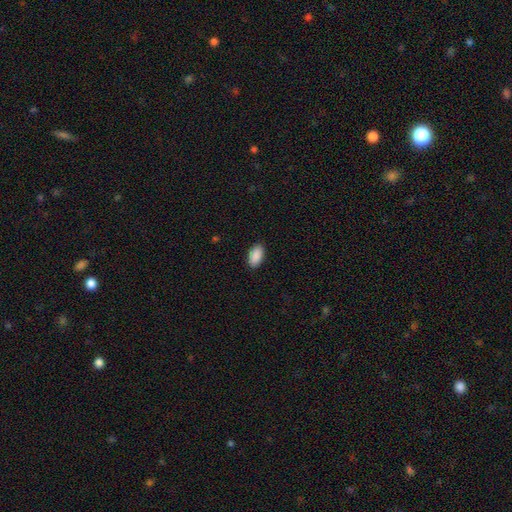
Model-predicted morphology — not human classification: Overall: smooth (91%). How rounded: in between (94%). Merging: none (90%).